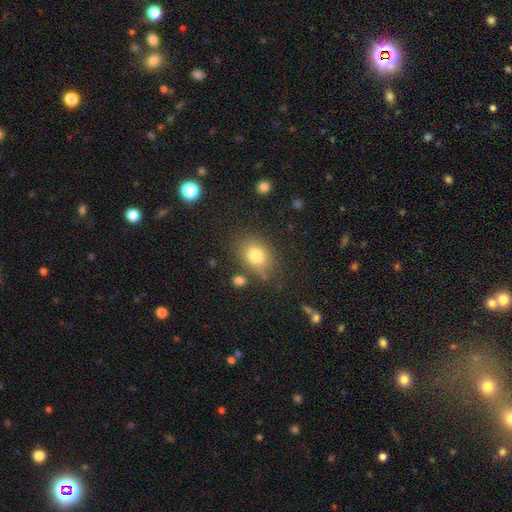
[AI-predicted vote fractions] A smooth galaxy with no disk features (80%) that is in between round and cigar-shaped (65%). Merging: none (75%).